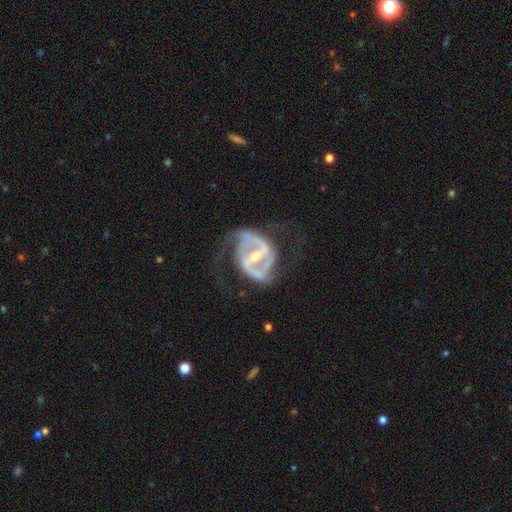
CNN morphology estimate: smooth-or-featured: featured or disk: 91% | star or artifact: 4% | smooth: 4%
  disk-edge-on: no: 97% | yes: 3%
    bar: strong: 69% | weak: 24% | no: 7%
    has-spiral-arms: yes: 95% | no: 5%
      spiral-winding: medium: 51% | loose: 29% | tight: 20%
      spiral-arm-count: 2: 87% | can't tell: 5% | 3: 3% | 1: 2% | 4: 1% | more than 4: 1%
    bulge-size: small: 60% | moderate: 36% | none: 2% | large: 2% | dominant: 1%
  merging: none: 58% | major disturbance: 22% | minor disturbance: 18% | merger: 2%